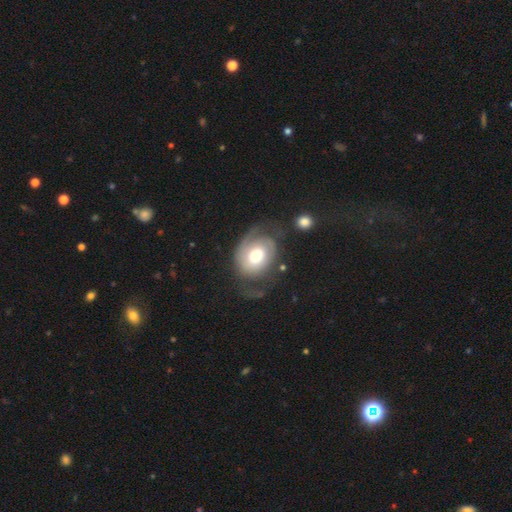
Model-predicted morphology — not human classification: smooth-or-featured: featured or disk: 65% | smooth: 28% | star or artifact: 6%
  disk-edge-on: no: 96% | yes: 4%
    bar: no: 69% | weak: 25% | strong: 7%
    has-spiral-arms: yes: 82% | no: 18%
      spiral-winding: tight: 45% | medium: 35% | loose: 20%
      spiral-arm-count: 2: 56% | 1: 20% | can't tell: 17% | 3: 3% | 4: 2% | more than 4: 1%
    bulge-size: moderate: 64% | large: 24% | small: 8% | dominant: 3% | none: 1%
  merging: none: 49% | major disturbance: 25% | minor disturbance: 22% | merger: 4%